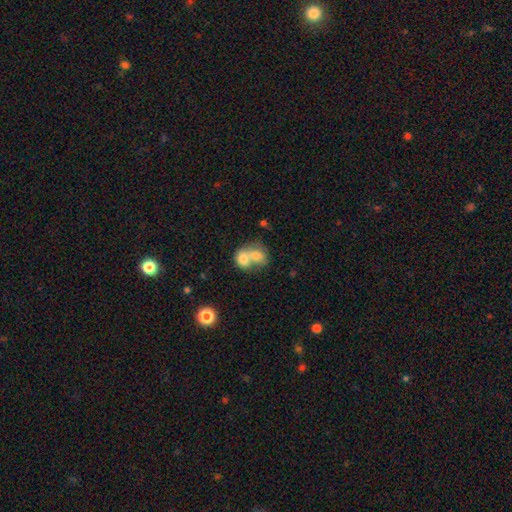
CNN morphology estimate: This is likely a smooth galaxy (72%). How rounded: possibly round (53%). Merging: likely merger (77%).